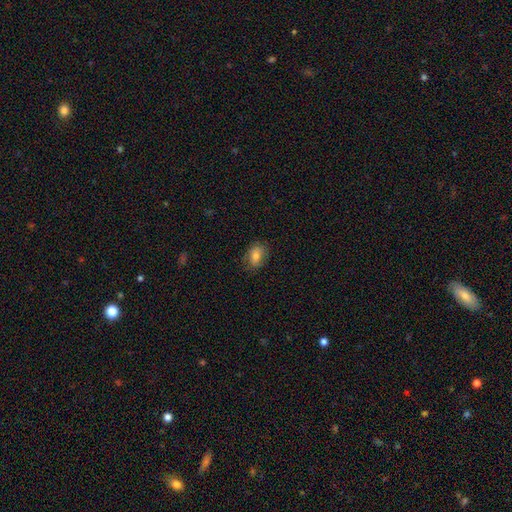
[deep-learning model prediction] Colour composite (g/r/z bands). It shows a smooth galaxy with no disk features (73%) that is in between round and cigar-shaped (72%). Merging: none (79%).